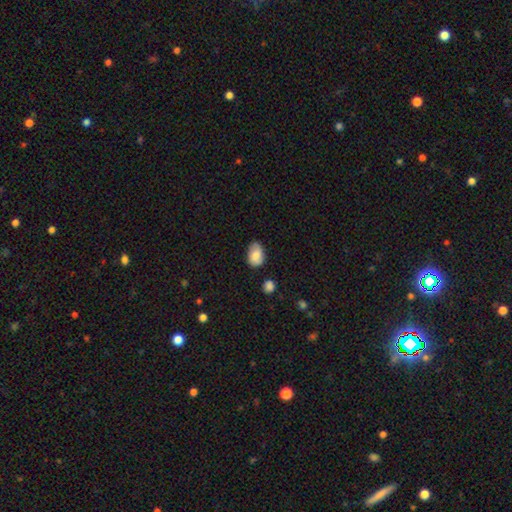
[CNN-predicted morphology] Smooth or featured? Predicted: smooth (p=0.81). How rounded? Predicted: in between (p=0.85). Merging? Predicted: none (p=0.68).